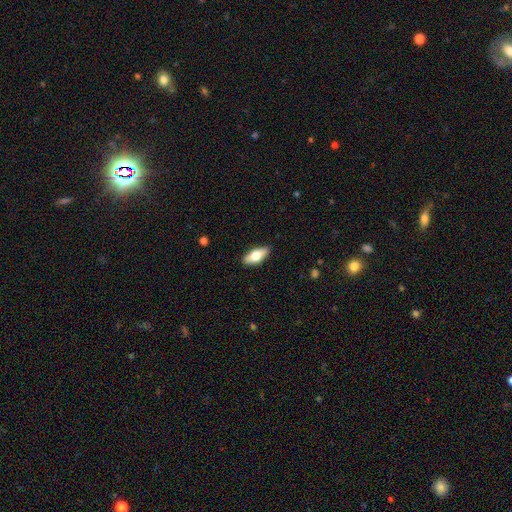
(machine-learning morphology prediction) Smooth or featured? smooth (66%)
How rounded? in between (81%)
Merging? none (87%)